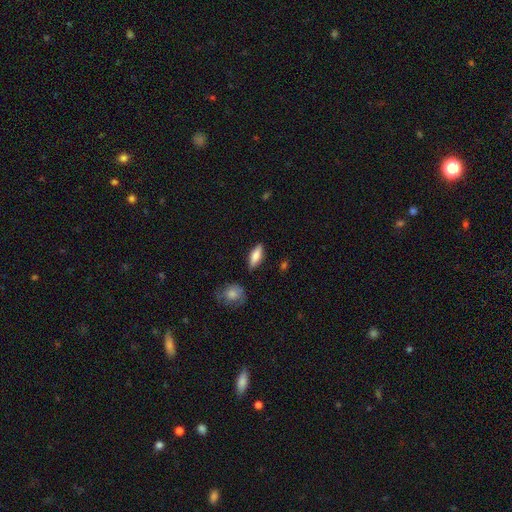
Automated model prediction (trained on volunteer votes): A smooth galaxy with no disk features (78%) that is in between round and cigar-shaped (64%).

Vote fractions:
- Smooth or featured? smooth: 78% / featured or disk: 16% / star or artifact: 6%
- How rounded? in between: 64% / cigar-shaped: 34% / round: 3%
- Merging? none: 85% / minor disturbance: 10% / major disturbance: 2% / merger: 2%